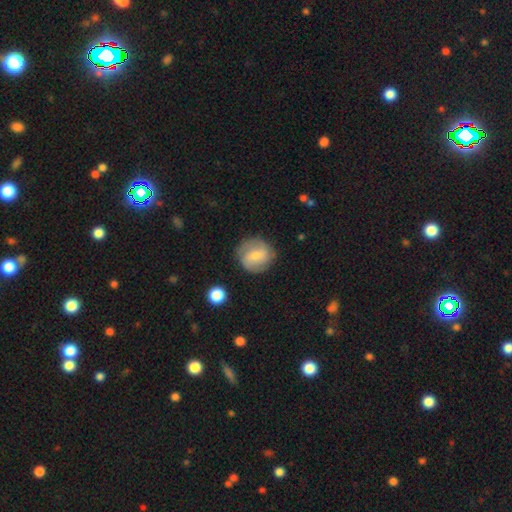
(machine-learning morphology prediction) A featured or disk galaxy (47%). Merging: none (79%).